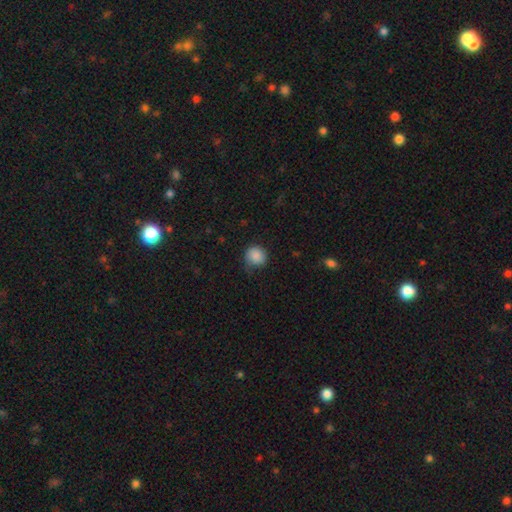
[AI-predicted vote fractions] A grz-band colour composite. It shows a smooth galaxy with no disk features (86%) that is round (86%). Merging: none (67%).